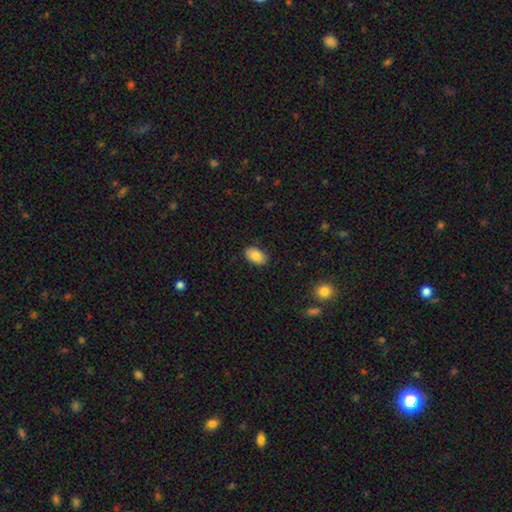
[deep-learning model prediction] smooth 85%, featured or disk 8%, star or artifact 7%. Down the decision tree: how rounded — in between (92%); merging — none (86%).